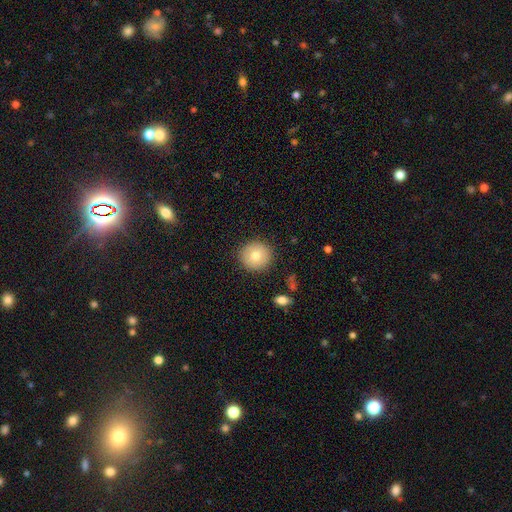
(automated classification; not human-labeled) The model was most divided on "smooth or featured": smooth: 73%, featured or disk: 17%, star or artifact: 9%. More confident: how rounded — round (93%); merging — none (90%).